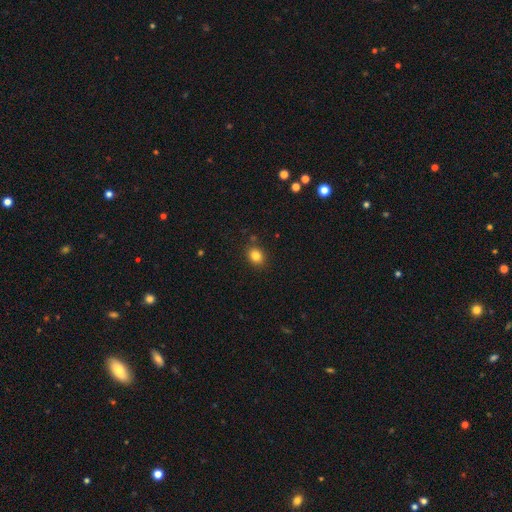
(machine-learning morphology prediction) type=smooth (82%); roundness=round (56%); merging=none (85%).